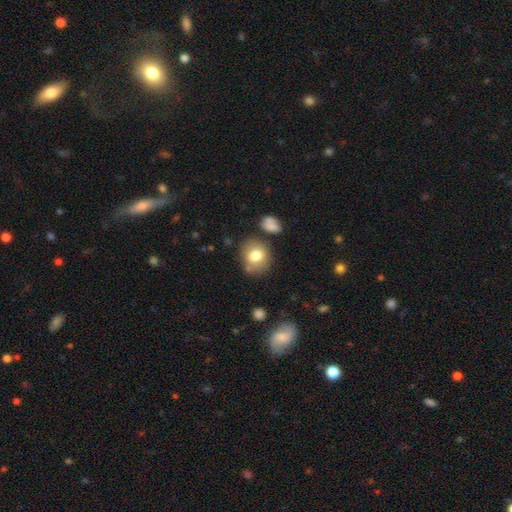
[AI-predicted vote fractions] Smooth or featured? Predicted: smooth (p=0.77). How rounded? Predicted: round (p=0.70). Merging? Predicted: none (p=0.71).